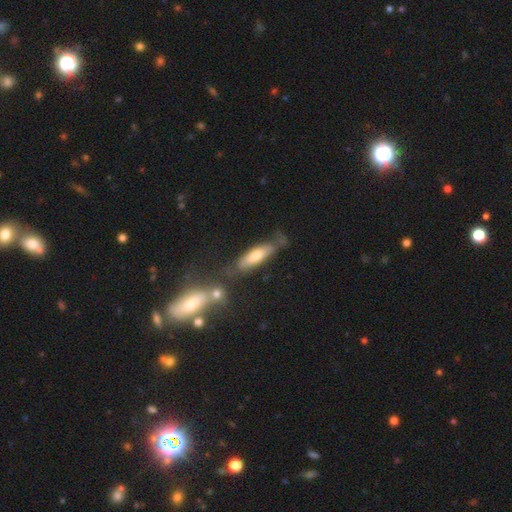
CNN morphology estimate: Smooth or featured? Predicted: smooth (p=0.63). How rounded? Predicted: cigar-shaped (p=0.58). Merging? Predicted: none (p=0.56).